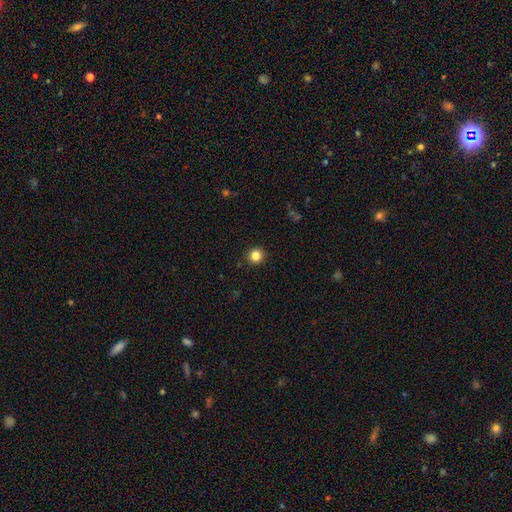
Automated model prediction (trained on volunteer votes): Smooth or featured? Predicted: smooth (p=0.84). How rounded? Predicted: round (p=0.94). Merging? Predicted: none (p=0.92).